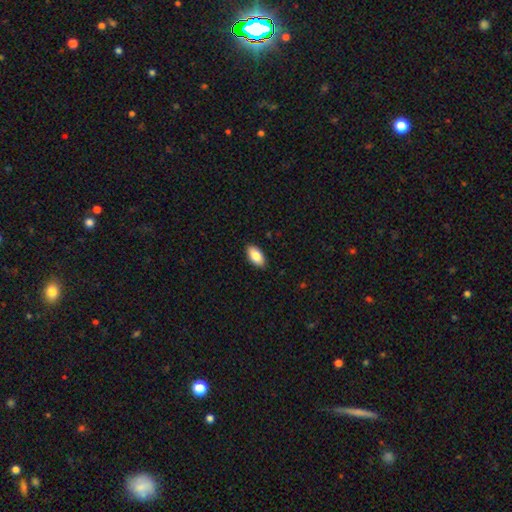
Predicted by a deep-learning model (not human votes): This is clearly a smooth galaxy (86%). How rounded: clearly in between (93%). Merging: clearly none (89%).